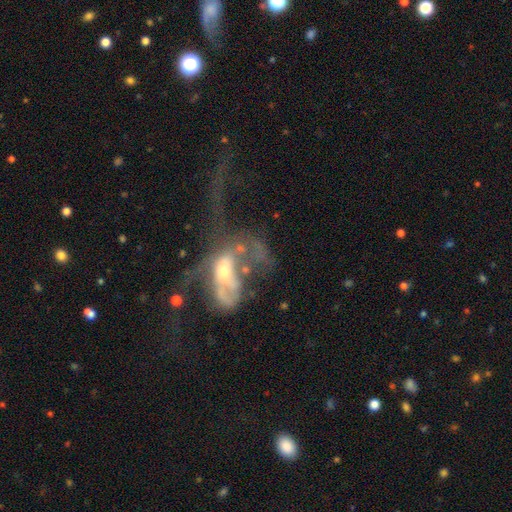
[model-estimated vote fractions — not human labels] Smooth or featured: featured or disk — 69% (smooth — 19%)
Edge-on disk: no — 92% (yes — 8%)
Bar: no — 69% (weak — 22%)
Spiral arms: no — 62% (yes — 38%)
Bulge size: moderate — 59% (small — 25%)
Merging: major disturbance — 55% (merger — 28%)